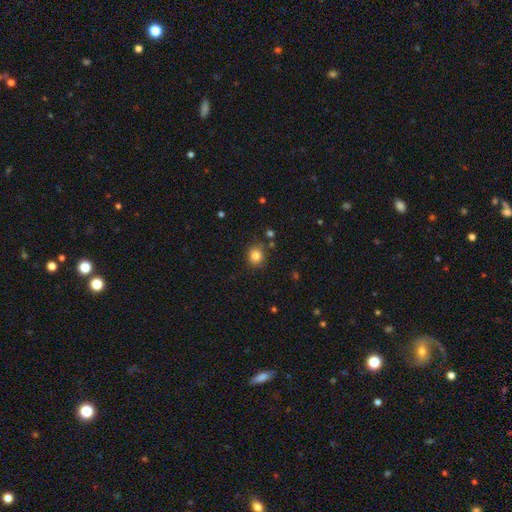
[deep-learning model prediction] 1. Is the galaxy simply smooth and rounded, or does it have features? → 82% smooth, 12% star or artifact, 6% featured or disk.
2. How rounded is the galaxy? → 79% round, 20% in between, 1% cigar-shaped.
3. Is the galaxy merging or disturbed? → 83% none, 11% minor disturbance, 4% merger, 3% major disturbance.